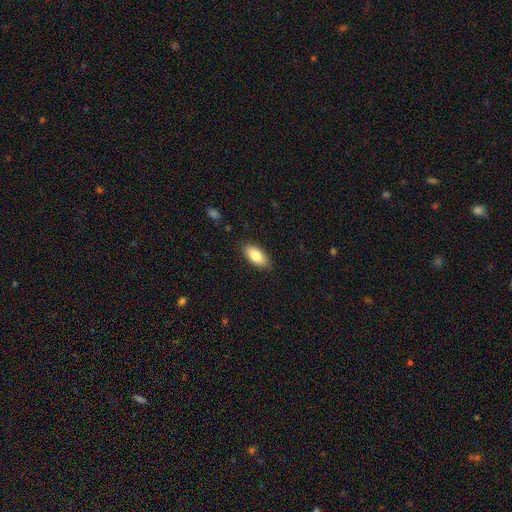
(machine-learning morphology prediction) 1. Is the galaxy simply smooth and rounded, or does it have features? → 82% smooth, 12% featured or disk, 7% star or artifact.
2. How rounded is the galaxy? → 90% in between, 7% cigar-shaped, 3% round.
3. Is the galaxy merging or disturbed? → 87% none, 10% minor disturbance, 2% major disturbance, 1% merger.